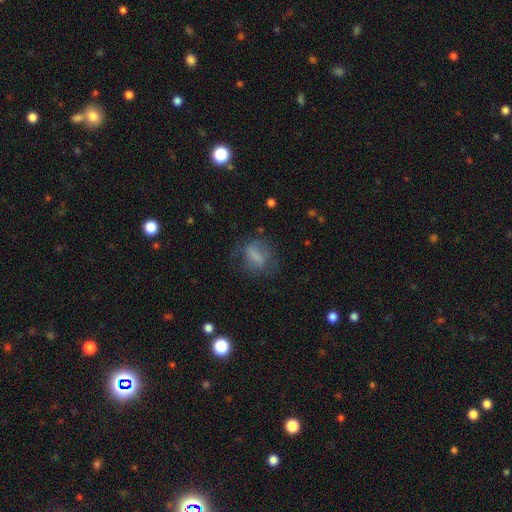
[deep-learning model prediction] This appears to be a smooth galaxy with no disk features (65%) that is in between round and cigar-shaped (65%). Merging: none (56%).